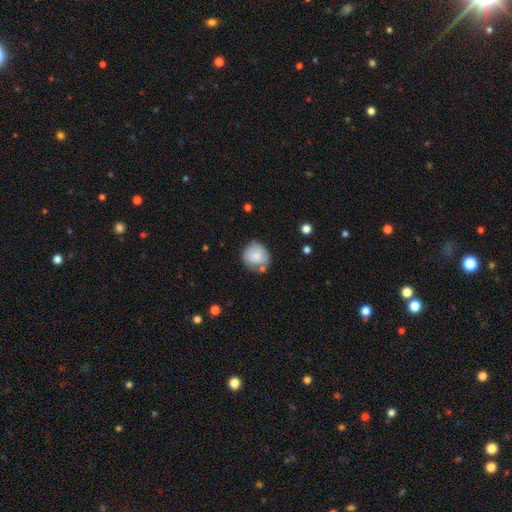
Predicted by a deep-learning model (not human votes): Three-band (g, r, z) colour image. It shows a smooth galaxy with no disk features (77%) that is round (85%). Merging: none (60%).